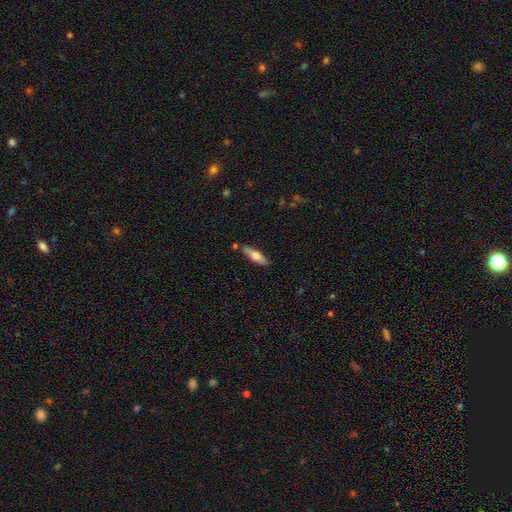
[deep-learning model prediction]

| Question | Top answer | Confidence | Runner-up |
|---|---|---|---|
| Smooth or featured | smooth | 61% | featured or disk (33%) |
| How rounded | cigar-shaped | 62% | in between (36%) |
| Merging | none | 79% | minor disturbance (13%) |